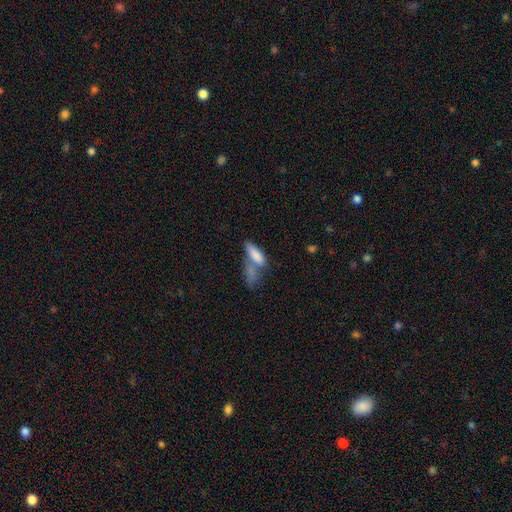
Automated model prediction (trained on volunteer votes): A smooth galaxy with no disk features (78%) that is in between round and cigar-shaped (56%).

Vote fractions:
- Smooth or featured? smooth: 78% / featured or disk: 14% / star or artifact: 7%
- How rounded? in between: 56% / cigar-shaped: 42% / round: 3%
- Merging? merger: 47% / none: 31% / minor disturbance: 13% / major disturbance: 8%